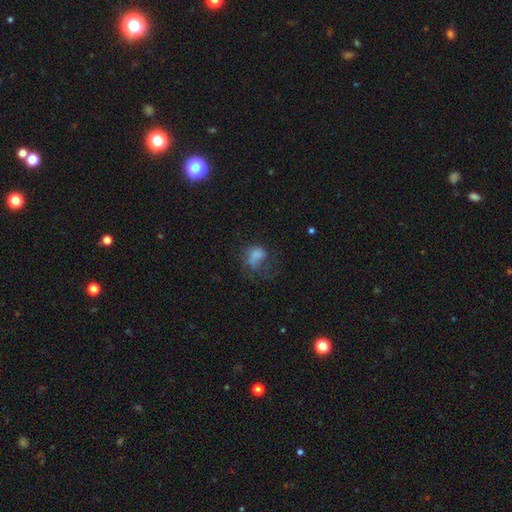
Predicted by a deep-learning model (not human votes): Smooth or featured: smooth — 64% (featured or disk — 23%)
How rounded: in between — 55% (round — 44%)
Merging: major disturbance — 45% (none — 30%)